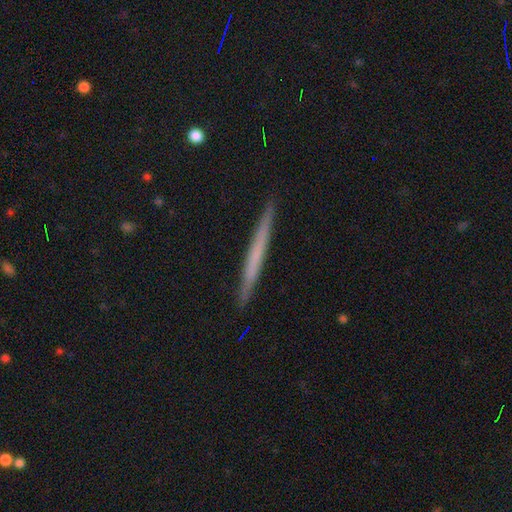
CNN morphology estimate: A smooth galaxy with no disk features (48%).

Vote fractions:
- Smooth or featured? smooth: 48% / featured or disk: 45% / star or artifact: 6%
- Merging? none: 92% / minor disturbance: 6% / major disturbance: 1% / merger: 1%